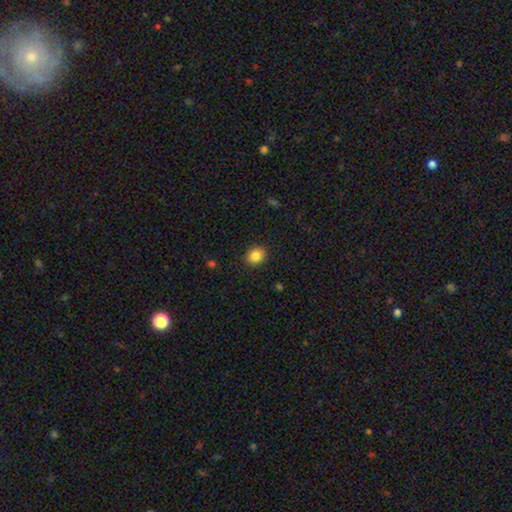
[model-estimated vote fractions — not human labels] smooth_or_featured: smooth (p=0.86) [alt: star or artifact p=0.10]
how_rounded: round (p=0.76) [alt: in between p=0.23]
merging: none (p=0.90) [alt: minor disturbance p=0.07]